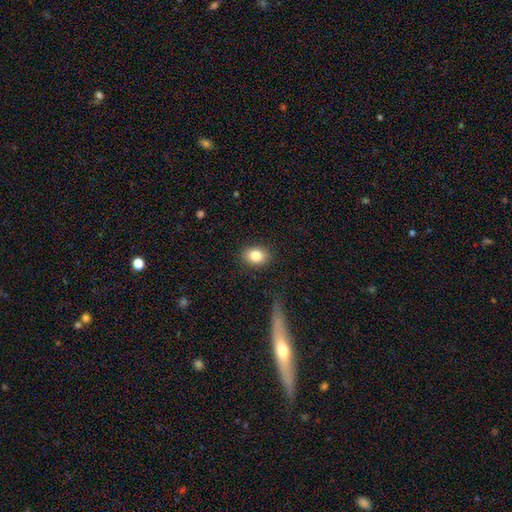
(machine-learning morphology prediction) Smooth or featured?
  - smooth: 83% *
  - star or artifact: 9%
  - featured or disk: 8%
How rounded?
  - in between: 67% *
  - round: 32%
  - cigar-shaped: 1%
Merging?
  - none: 87% *
  - minor disturbance: 9%
  - major disturbance: 3%
  - merger: 1%